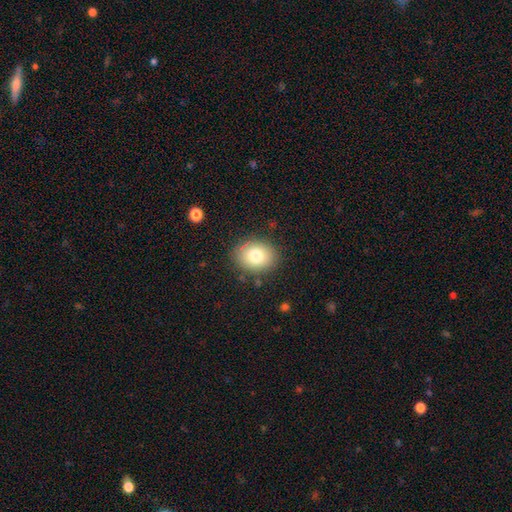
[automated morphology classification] type=smooth (78%); roundness=in between (50%); merging=none (85%).